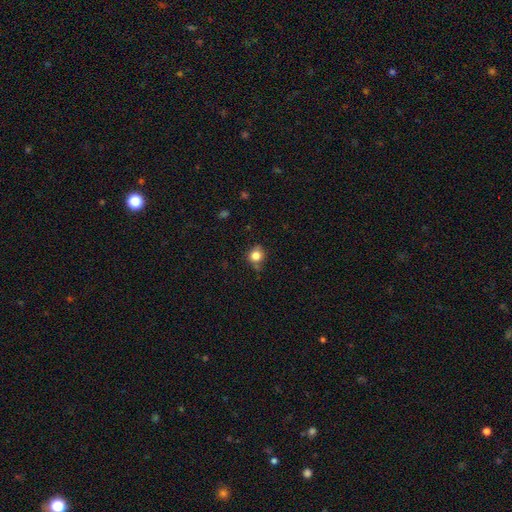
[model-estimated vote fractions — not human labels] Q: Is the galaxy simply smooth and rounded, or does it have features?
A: smooth — 81%.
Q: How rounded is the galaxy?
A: round — 81%.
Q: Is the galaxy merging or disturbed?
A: none — 69%.